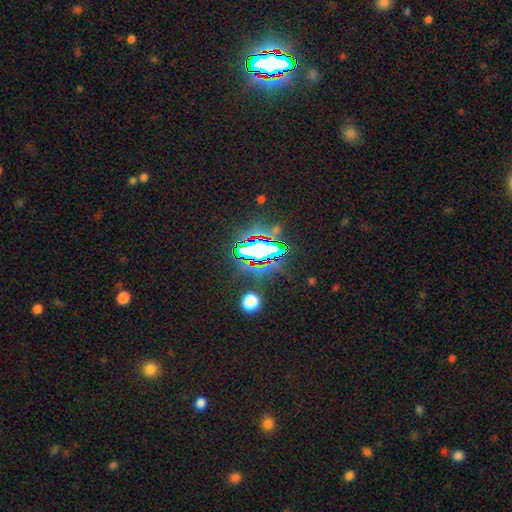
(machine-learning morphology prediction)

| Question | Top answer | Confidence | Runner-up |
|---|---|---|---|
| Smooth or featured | star or artifact | 69% | smooth (18%) |